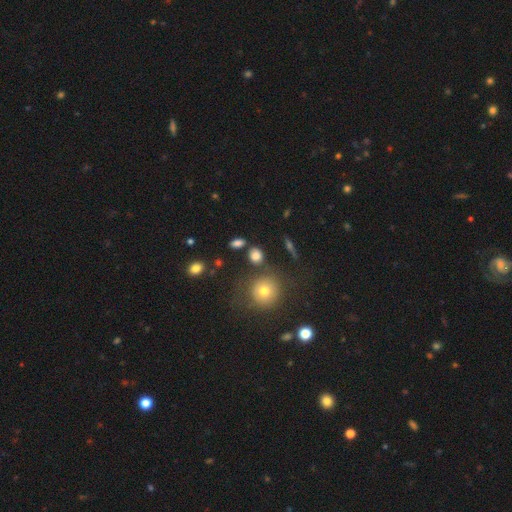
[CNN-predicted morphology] The model was most divided on "how rounded": in between: 51%, round: 45%, cigar-shaped: 4%. More confident: smooth or featured — smooth (79%); merging — none (78%).